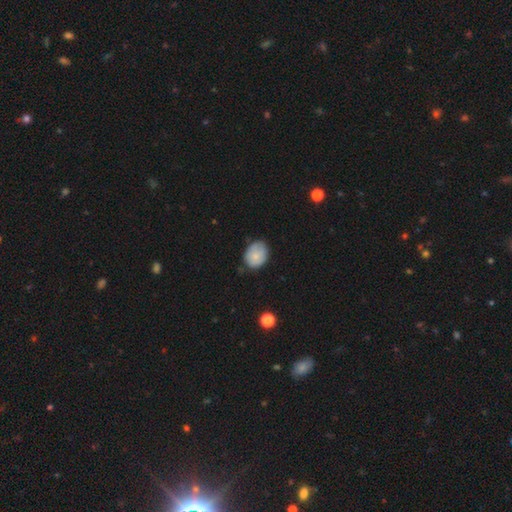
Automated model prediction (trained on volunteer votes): Overall: smooth (79%). How rounded: in between (55%; round 44%). Merging: none (63%; minor disturbance 30%).